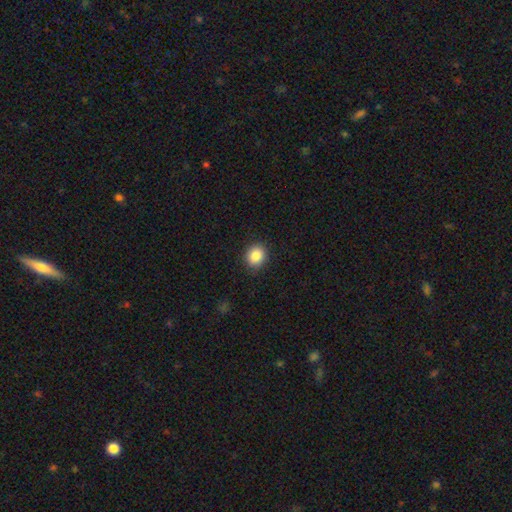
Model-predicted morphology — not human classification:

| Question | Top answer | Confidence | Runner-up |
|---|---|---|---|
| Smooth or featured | smooth | 86% | star or artifact (9%) |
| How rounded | round | 70% | in between (30%) |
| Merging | none | 89% | minor disturbance (8%) |